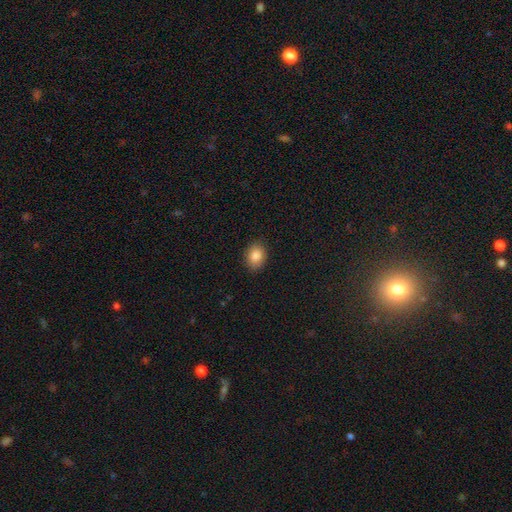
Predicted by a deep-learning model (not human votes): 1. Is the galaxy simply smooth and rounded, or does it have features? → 85% smooth, 9% star or artifact, 6% featured or disk.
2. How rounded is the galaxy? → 61% in between, 38% round, 1% cigar-shaped.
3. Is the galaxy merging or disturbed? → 88% none, 9% minor disturbance, 2% major disturbance, 1% merger.